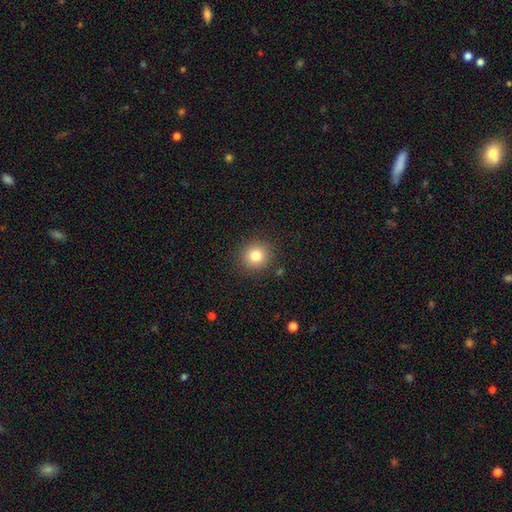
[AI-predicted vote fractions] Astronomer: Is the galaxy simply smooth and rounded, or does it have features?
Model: smooth — 81%.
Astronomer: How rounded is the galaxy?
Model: round — 92%.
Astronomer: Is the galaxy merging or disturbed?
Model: none — 89%.